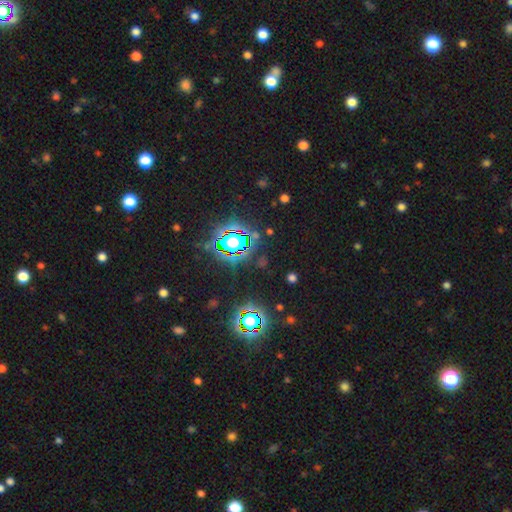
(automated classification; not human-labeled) Smooth or featured? Predicted: star or artifact (p=0.84).